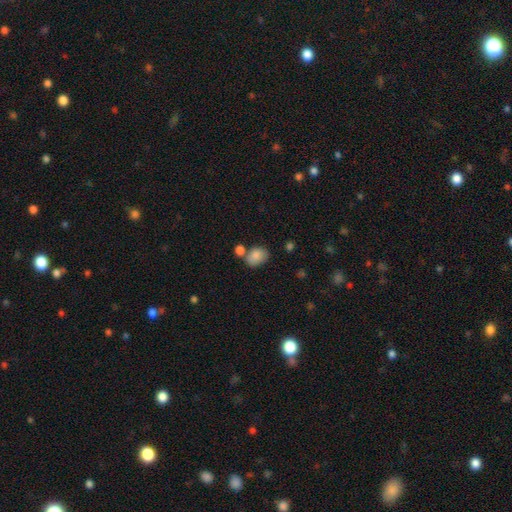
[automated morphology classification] Smooth or featured? Predicted: smooth (p=0.85). How rounded? Predicted: in between (p=0.71). Merging? Predicted: none (p=0.56).